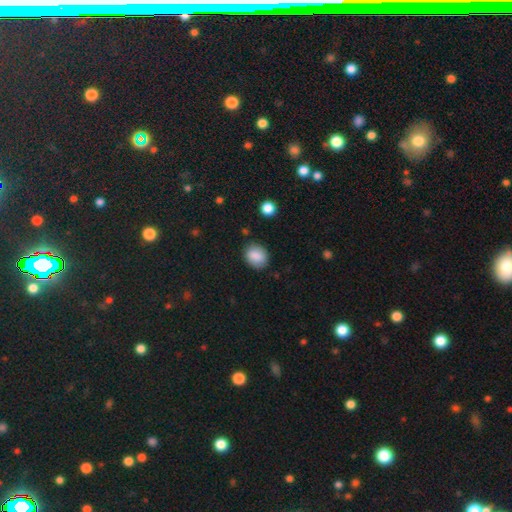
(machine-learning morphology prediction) Smooth or featured?
  - smooth: 86% *
  - star or artifact: 8%
  - featured or disk: 6%
How rounded?
  - in between: 50% *
  - round: 49%
  - cigar-shaped: 1%
Merging?
  - none: 82% *
  - minor disturbance: 13%
  - major disturbance: 3%
  - merger: 2%